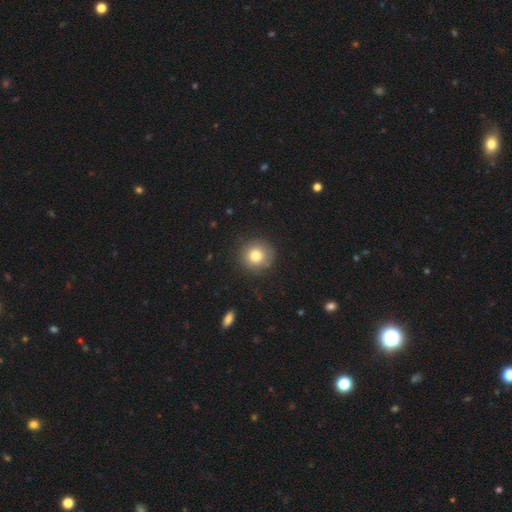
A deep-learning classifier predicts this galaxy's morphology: Smooth or featured?
  - smooth: 80% *
  - star or artifact: 10%
  - featured or disk: 9%
How rounded?
  - round: 93% *
  - in between: 6%
  - cigar-shaped: 1%
Merging?
  - none: 87% *
  - minor disturbance: 9%
  - major disturbance: 3%
  - merger: 1%